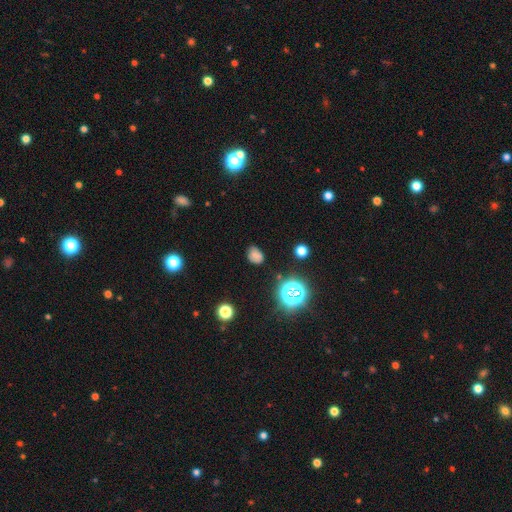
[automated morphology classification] Smooth or featured?
  - smooth: 69% *
  - star or artifact: 22%
  - featured or disk: 8%
How rounded?
  - in between: 67% *
  - round: 31%
  - cigar-shaped: 1%
Merging?
  - none: 74% *
  - minor disturbance: 19%
  - major disturbance: 5%
  - merger: 2%